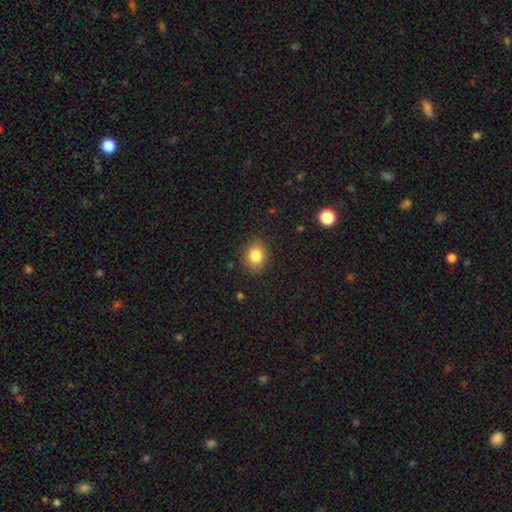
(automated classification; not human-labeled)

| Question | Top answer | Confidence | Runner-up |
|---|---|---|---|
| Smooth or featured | smooth | 84% | star or artifact (9%) |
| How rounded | round | 51% | in between (48%) |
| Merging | none | 87% | minor disturbance (9%) |